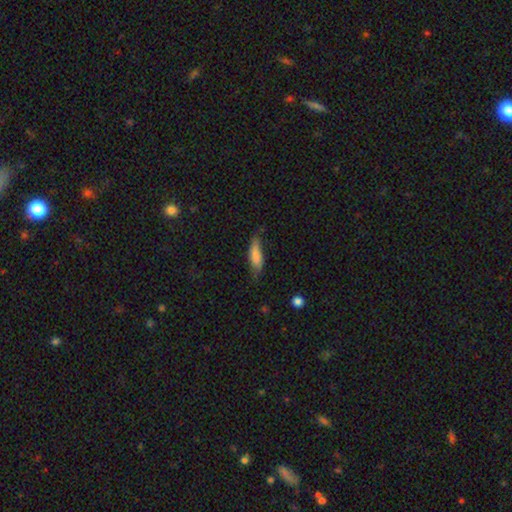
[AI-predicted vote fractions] Overall: smooth (77%). How rounded: in between (51%; cigar-shaped 47%). Merging: none (58%; minor disturbance 32%).